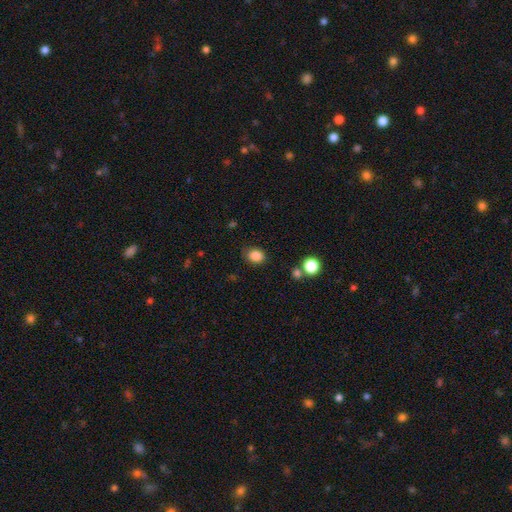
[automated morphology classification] smooth 85%, star or artifact 10%, featured or disk 4%. Down the decision tree: how rounded — in between (50%, tied with round); merging — none (80%).